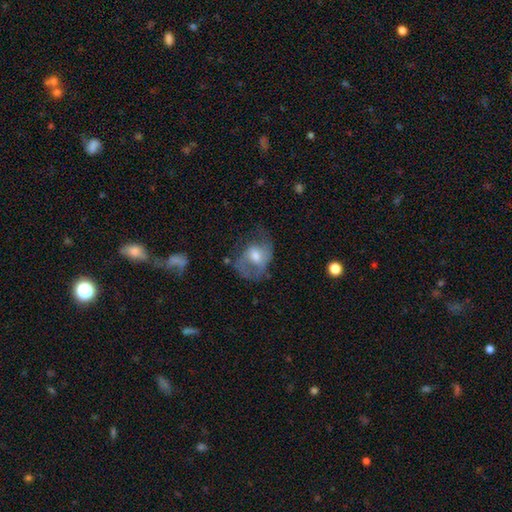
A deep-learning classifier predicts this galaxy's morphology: Overall: featured or disk (56%; smooth 36%). Edge-on disk: no (96%). Bar: no (53%; weak 38%). Spiral arms: yes (66%; no 34%). Bulge size: moderate (62%; small 22%). Merging: none (41%; major disturbance 31%).